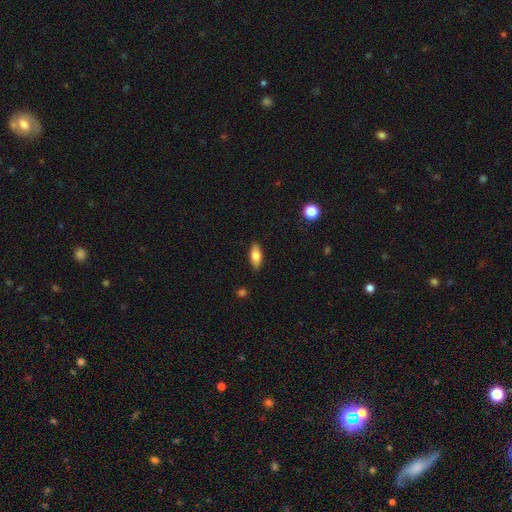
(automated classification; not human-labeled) The model was most divided on "smooth or featured": smooth: 78%, featured or disk: 15%, star or artifact: 7%. More confident: merging — none (88%); how rounded — in between (80%).